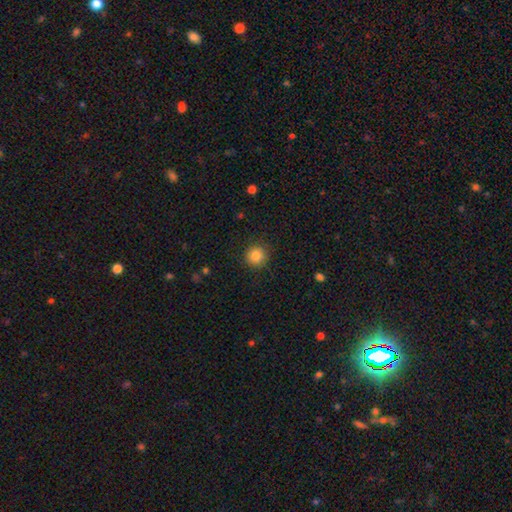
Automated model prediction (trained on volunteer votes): The model was most divided on "smooth or featured": smooth: 85%, star or artifact: 10%, featured or disk: 5%. More confident: how rounded — round (94%); merging — none (90%).